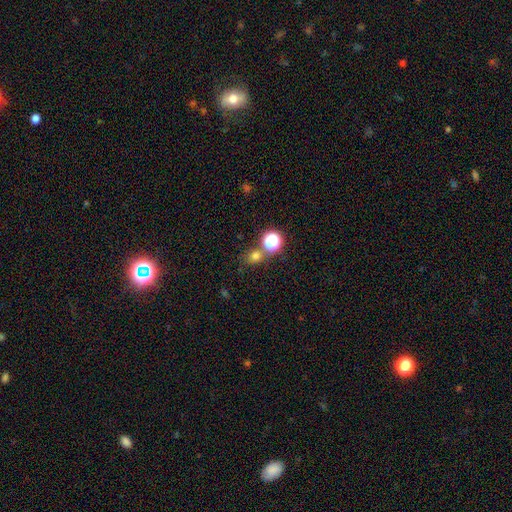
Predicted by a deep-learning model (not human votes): smooth 71%, star or artifact 23%, featured or disk 7%. Down the decision tree: how rounded — round (75%); merging — none (68%).